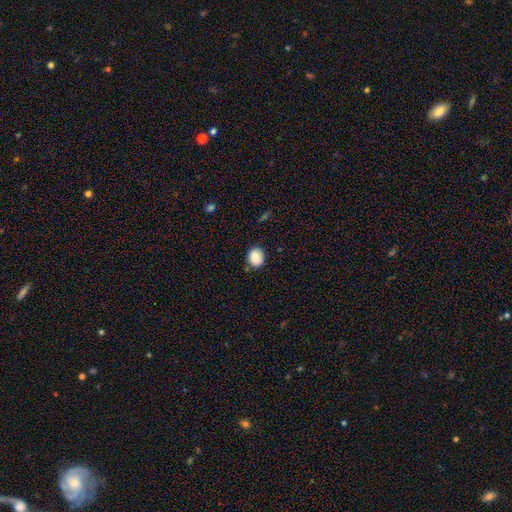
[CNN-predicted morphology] Smooth or featured? smooth (87%)
How rounded? round (73%)
Merging? none (84%)